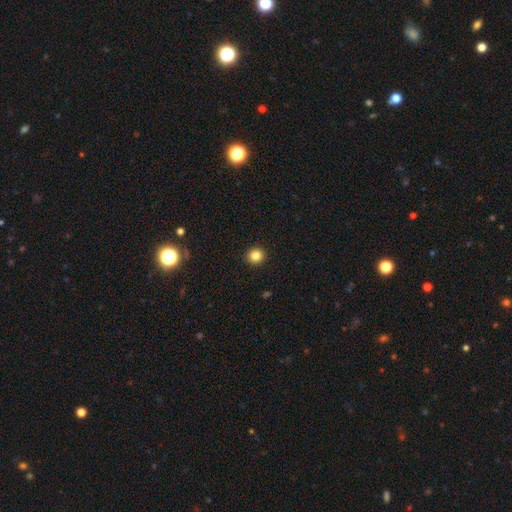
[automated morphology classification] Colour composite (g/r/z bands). It shows a smooth galaxy with no disk features (84%) that is round (91%). Merging: none (93%).